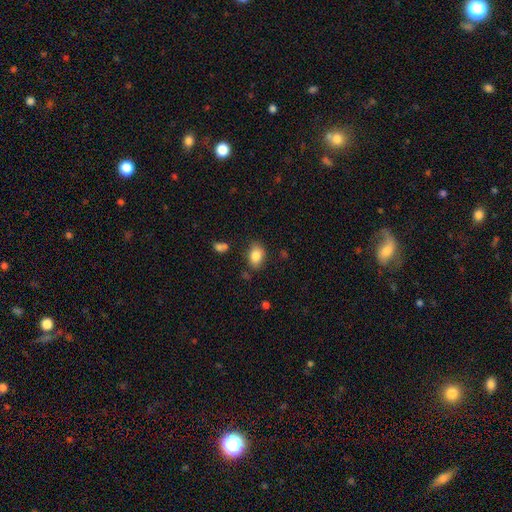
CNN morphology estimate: Smooth or featured: smooth — 85% (star or artifact — 8%)
How rounded: in between — 81% (round — 17%)
Merging: none — 80% (minor disturbance — 14%)